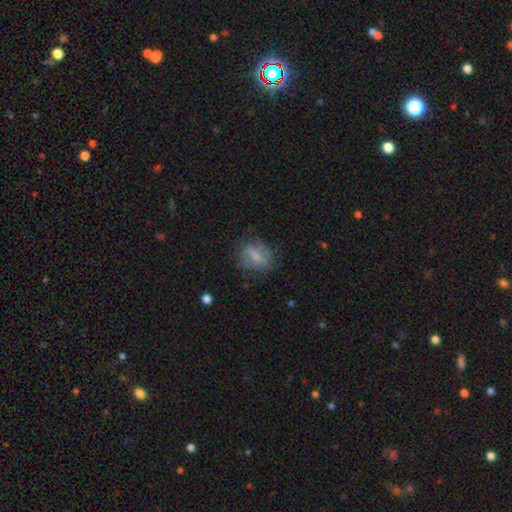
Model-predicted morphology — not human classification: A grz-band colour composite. It shows a smooth galaxy with no disk features (48%). Merging: none (65%).